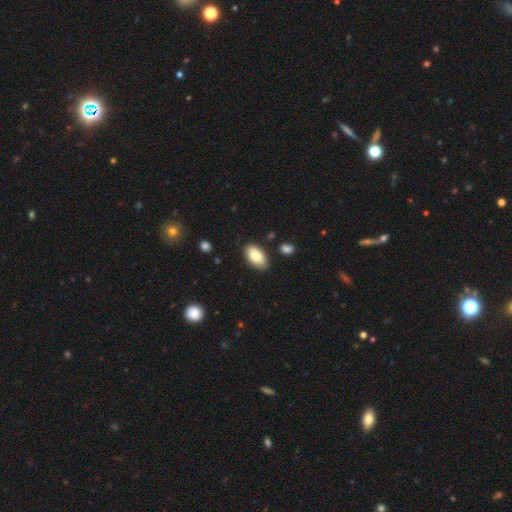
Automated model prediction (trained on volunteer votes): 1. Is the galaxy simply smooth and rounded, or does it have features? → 83% smooth, 11% featured or disk, 7% star or artifact.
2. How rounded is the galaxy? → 94% in between, 3% round, 2% cigar-shaped.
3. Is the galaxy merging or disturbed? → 84% none, 11% minor disturbance, 3% merger, 2% major disturbance.